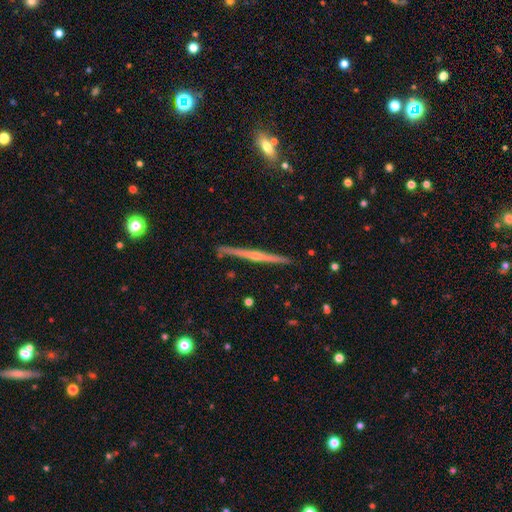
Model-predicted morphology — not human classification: The model was most divided on "edge-on bulge": rounded: 72%, none: 23%, boxy: 5%. More confident: edge-on disk — yes (98%); merging — none (89%); smooth or featured — featured or disk (78%).